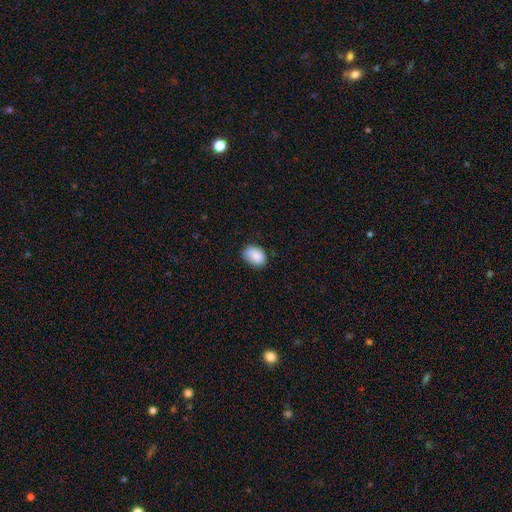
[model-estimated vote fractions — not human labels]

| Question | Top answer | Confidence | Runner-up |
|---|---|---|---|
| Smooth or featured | smooth | 88% | star or artifact (7%) |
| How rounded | in between | 79% | round (20%) |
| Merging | none | 76% | minor disturbance (20%) |